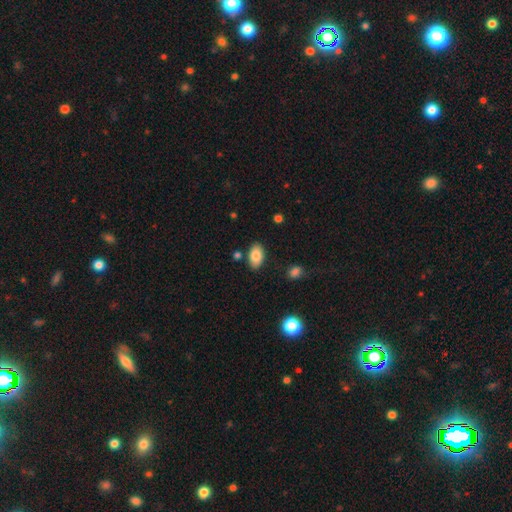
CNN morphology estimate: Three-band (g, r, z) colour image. It shows a smooth galaxy with no disk features (84%) that is in between round and cigar-shaped (93%). Merging: none (83%).